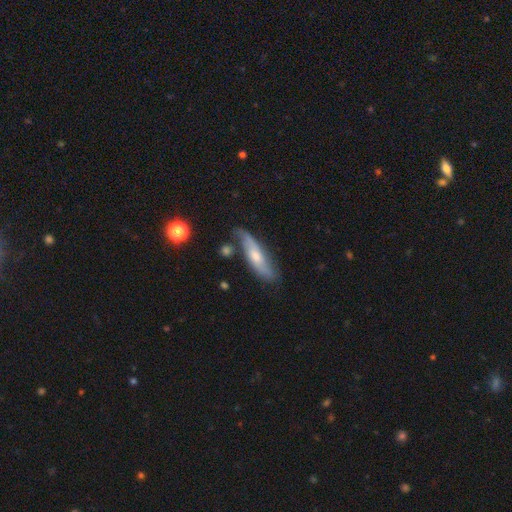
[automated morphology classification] Overall: featured or disk (50%; smooth 43%). Edge-on disk: yes (50%, tied with no). Merging: none (64%).